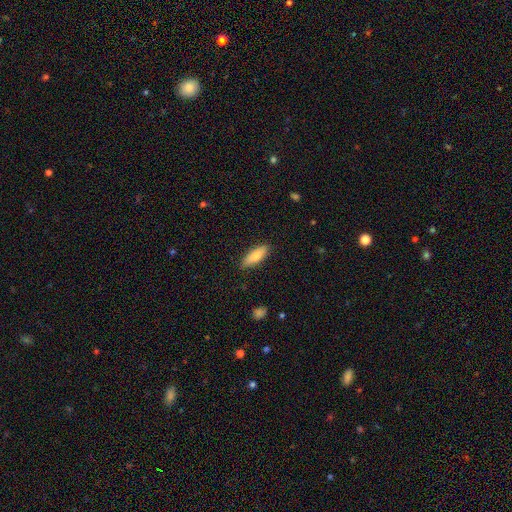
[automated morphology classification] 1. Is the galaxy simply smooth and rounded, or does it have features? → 77% smooth, 17% featured or disk, 6% star or artifact.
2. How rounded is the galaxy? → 60% in between, 38% cigar-shaped, 2% round.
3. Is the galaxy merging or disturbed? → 88% none, 9% minor disturbance, 2% major disturbance, 1% merger.